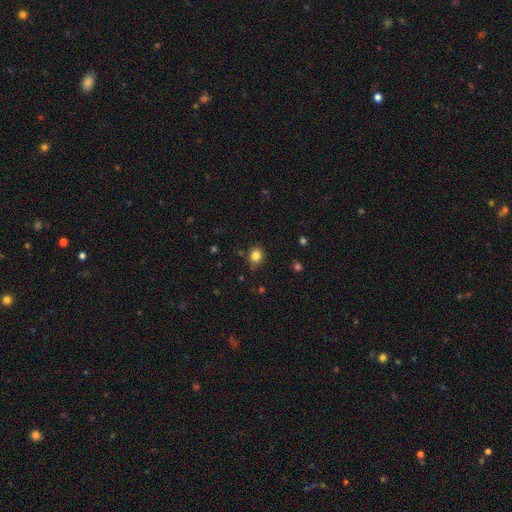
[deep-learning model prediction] Overall: smooth (83%). How rounded: round (73%). Merging: none (82%).